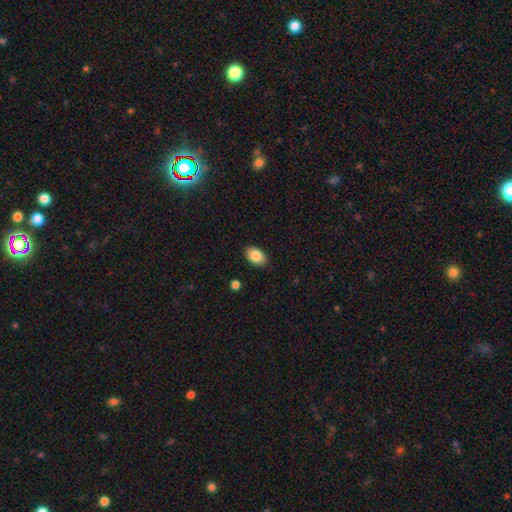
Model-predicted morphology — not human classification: This is clearly a smooth galaxy (86%). How rounded: clearly in between (89%). Merging: clearly none (89%).